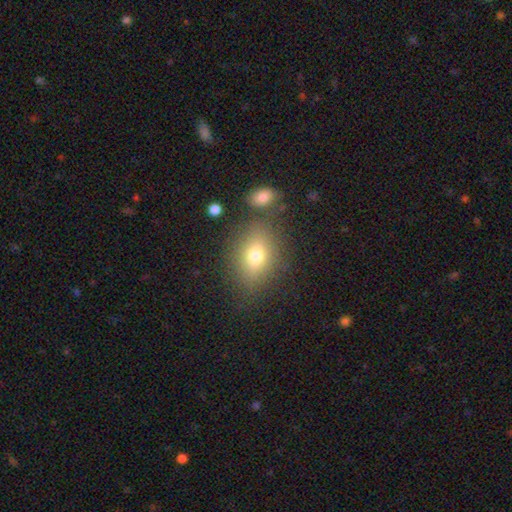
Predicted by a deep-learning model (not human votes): Smooth or featured? Predicted: smooth (p=0.67). How rounded? Predicted: in between (p=0.72). Merging? Predicted: none (p=0.73).